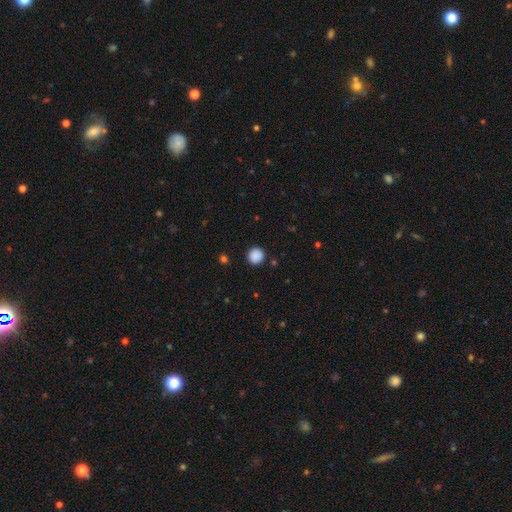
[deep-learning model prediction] Smooth or featured: smooth — 88% (star or artifact — 9%)
How rounded: round — 94% (in between — 5%)
Merging: none — 91% (minor disturbance — 5%)